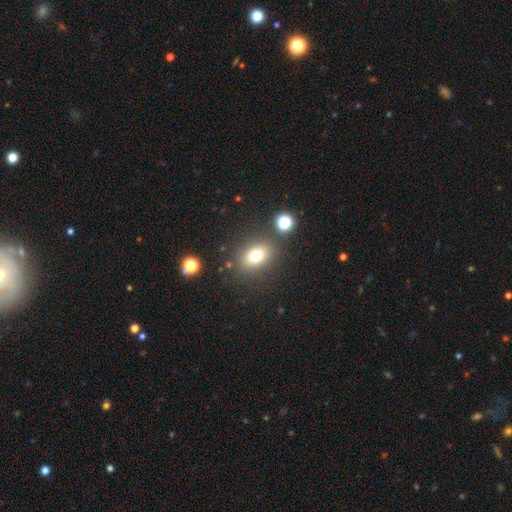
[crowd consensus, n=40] smooth_or_featured: smooth (p=0.82) [alt: featured or disk p=0.10]
how_rounded: in between (p=0.76) [alt: round p=0.24]
merging: none (p=0.86) [alt: minor disturbance p=0.14]